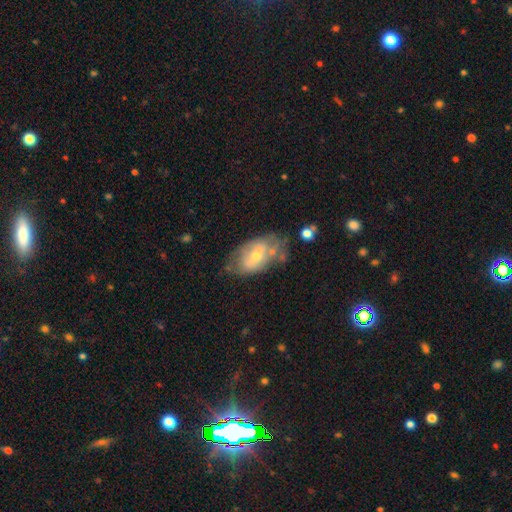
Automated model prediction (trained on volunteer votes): smooth-or-featured: featured or disk: 50% | smooth: 43% | star or artifact: 7%
  merging: none: 46% | minor disturbance: 28% | major disturbance: 15% | merger: 12%